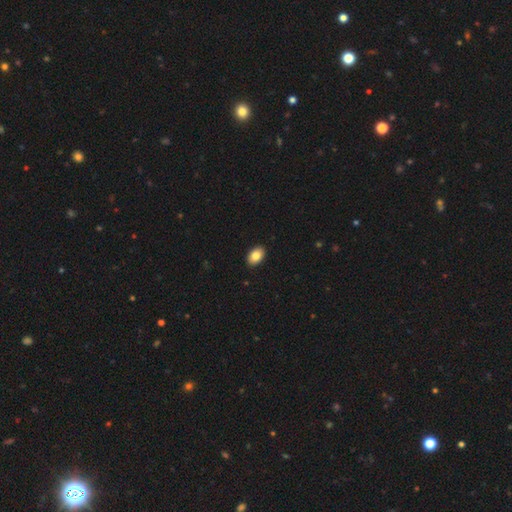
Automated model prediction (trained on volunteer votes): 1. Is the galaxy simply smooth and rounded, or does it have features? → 85% smooth, 8% featured or disk, 7% star or artifact.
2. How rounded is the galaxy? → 89% in between, 10% round, 1% cigar-shaped.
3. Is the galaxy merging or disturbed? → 91% none, 6% minor disturbance, 1% major disturbance, 1% merger.